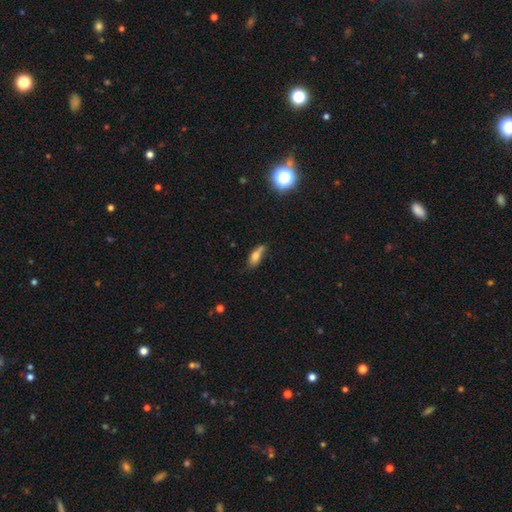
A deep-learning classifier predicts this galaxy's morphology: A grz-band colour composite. It shows a smooth galaxy with no disk features (73%) that is in between round and cigar-shaped (73%). Merging: none (45%).